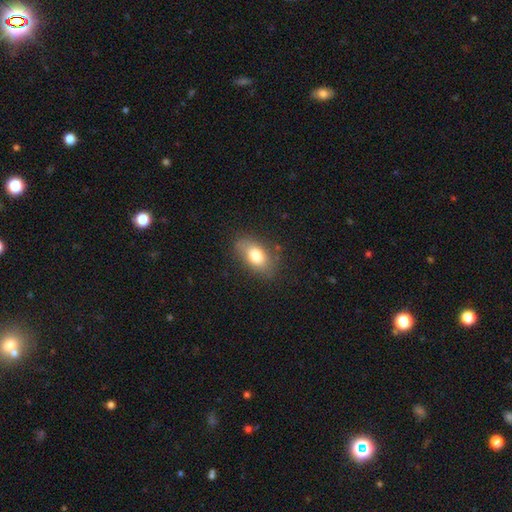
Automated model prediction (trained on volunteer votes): smooth_or_featured: smooth (p=0.76) [alt: featured or disk p=0.16]
how_rounded: in between (p=0.89) [alt: round p=0.08]
merging: none (p=0.77) [alt: minor disturbance p=0.17]